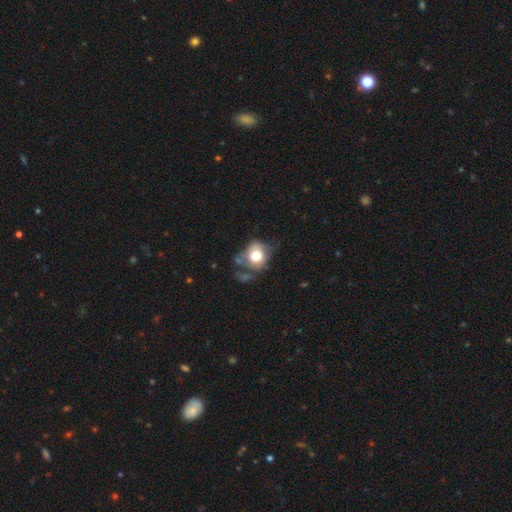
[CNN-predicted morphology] Smooth or featured: smooth — 68% (featured or disk — 22%)
How rounded: round — 67% (in between — 32%)
Merging: none — 42% (minor disturbance — 29%)